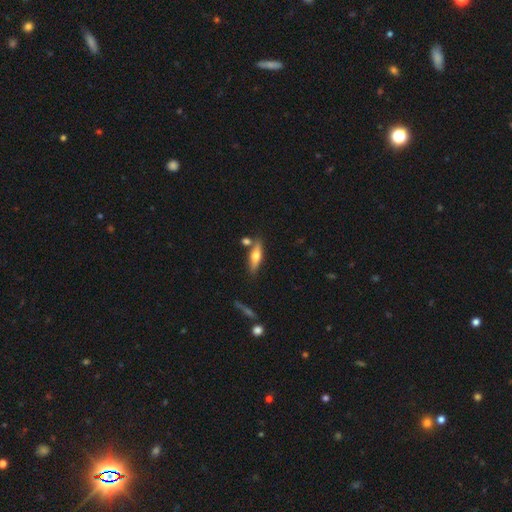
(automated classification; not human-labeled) A smooth galaxy with no disk features (48%).

Vote fractions:
- Smooth or featured? smooth: 48% / featured or disk: 46% / star or artifact: 6%
- Merging? none: 75% / minor disturbance: 11% / merger: 11% / major disturbance: 3%